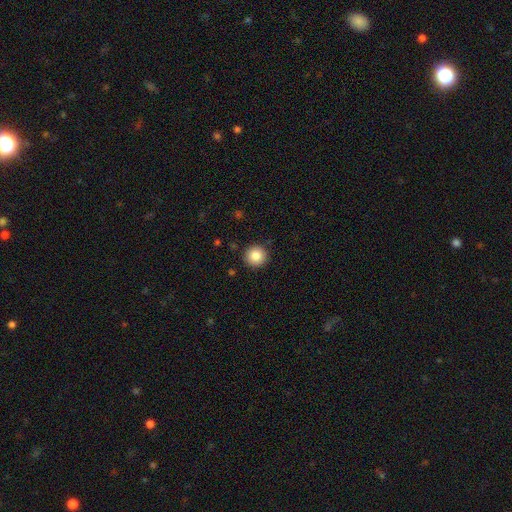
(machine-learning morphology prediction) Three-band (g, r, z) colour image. It shows a smooth galaxy with no disk features (85%) that is round (95%). Merging: none (92%).